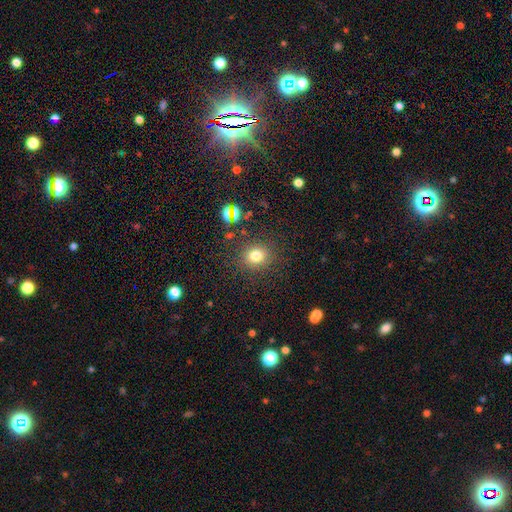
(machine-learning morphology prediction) This appears to be a smooth galaxy with no disk features (75%) that is round (73%). Merging: none (84%).